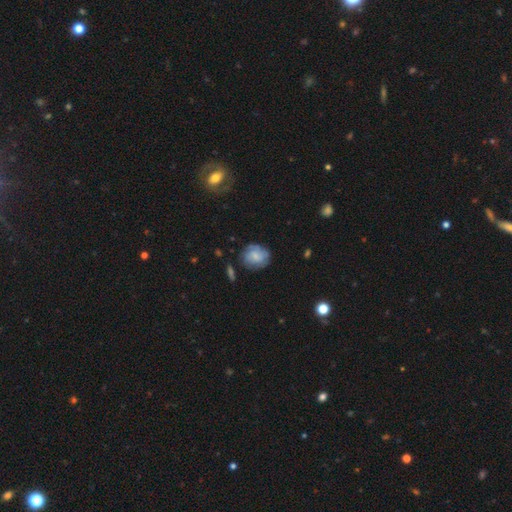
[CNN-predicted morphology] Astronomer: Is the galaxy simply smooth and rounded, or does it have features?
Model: smooth — 51% (runner-up: featured or disk, 40%).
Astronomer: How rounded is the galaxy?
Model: round — 65%.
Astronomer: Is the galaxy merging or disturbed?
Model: none — 68%.